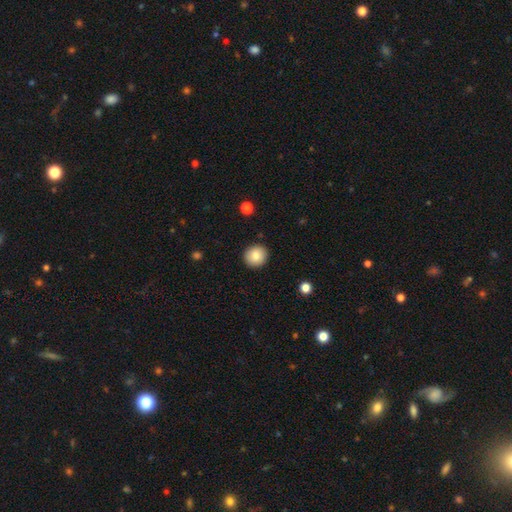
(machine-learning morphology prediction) A smooth galaxy with no disk features (86%) that is round (89%).

Vote fractions:
- Smooth or featured? smooth: 86% / star or artifact: 8% / featured or disk: 6%
- How rounded? round: 89% / in between: 10% / cigar-shaped: 1%
- Merging? none: 91% / minor disturbance: 6% / major disturbance: 2% / merger: 1%